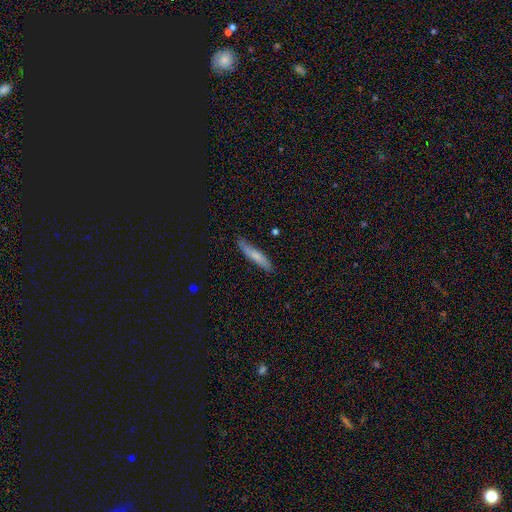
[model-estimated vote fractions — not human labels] Smooth or featured?
  - smooth: 67% *
  - featured or disk: 27%
  - star or artifact: 6%
How rounded?
  - cigar-shaped: 89% *
  - in between: 10%
  - round: 1%
Merging?
  - none: 81% *
  - minor disturbance: 15%
  - major disturbance: 2%
  - merger: 1%